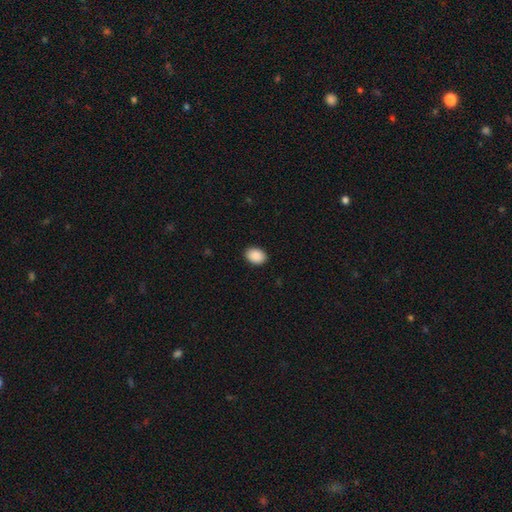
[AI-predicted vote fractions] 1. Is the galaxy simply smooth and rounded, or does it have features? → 91% smooth, 7% star or artifact, 2% featured or disk.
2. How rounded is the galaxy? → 74% in between, 25% round, 1% cigar-shaped.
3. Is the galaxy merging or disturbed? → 90% none, 7% minor disturbance, 2% major disturbance, 1% merger.